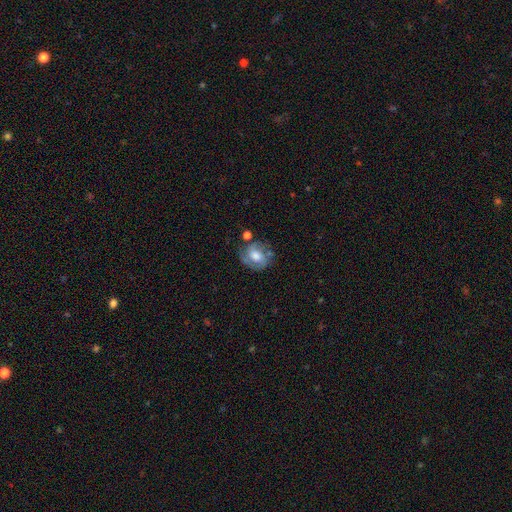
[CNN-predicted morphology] smooth-or-featured: featured or disk: 62% | smooth: 30% | star or artifact: 8%
  disk-edge-on: no: 97% | yes: 3%
    bar: no: 55% | weak: 37% | strong: 9%
    has-spiral-arms: yes: 85% | no: 15%
      spiral-winding: medium: 43% | tight: 41% | loose: 17%
      spiral-arm-count: 2: 62% | can't tell: 17% | 1: 9% | 3: 8% | 4: 2% | more than 4: 2%
    bulge-size: moderate: 53% | large: 29% | small: 12% | none: 4% | dominant: 3%
  merging: none: 58% | minor disturbance: 23% | major disturbance: 11% | merger: 8%